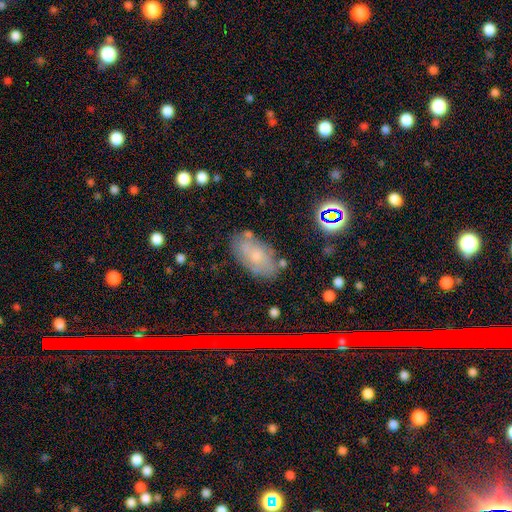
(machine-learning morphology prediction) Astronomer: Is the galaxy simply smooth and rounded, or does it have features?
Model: smooth — 56% (runner-up: featured or disk, 34%).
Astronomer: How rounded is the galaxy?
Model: in between — 92%.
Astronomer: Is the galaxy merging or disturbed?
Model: none — 70%.